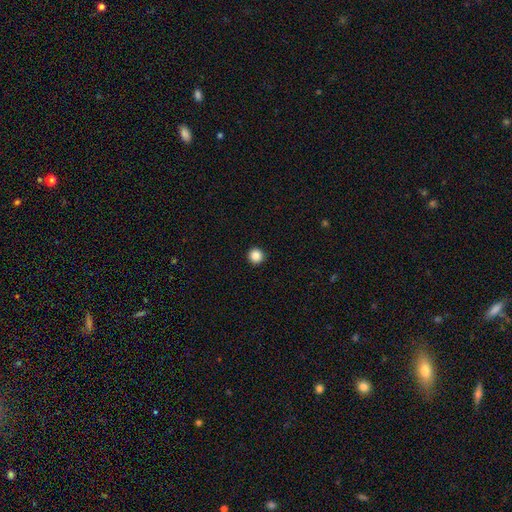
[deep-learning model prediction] smooth_or_featured: smooth (p=0.87) [alt: star or artifact p=0.10]
how_rounded: round (p=0.97) [alt: in between p=0.02]
merging: none (p=0.94) [alt: minor disturbance p=0.04]